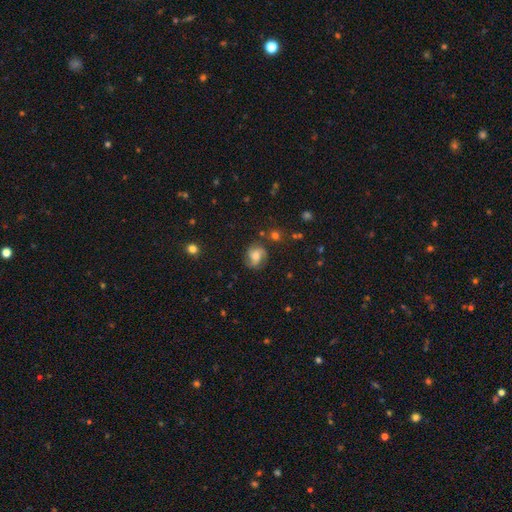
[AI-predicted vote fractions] This appears to be a featured or disk galaxy (50%). Merging: none (70%).